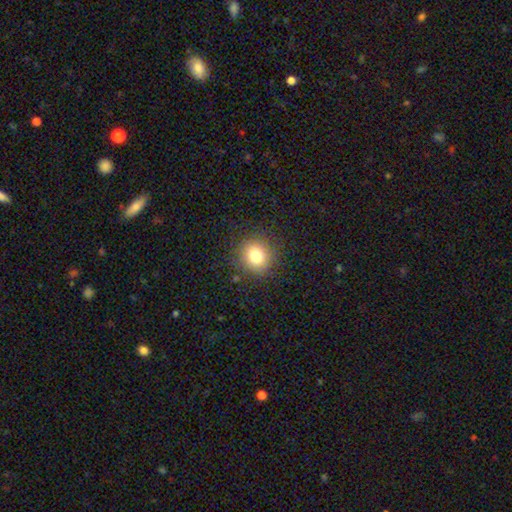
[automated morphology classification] Smooth or featured?
  - smooth: 79% *
  - star or artifact: 13%
  - featured or disk: 8%
How rounded?
  - round: 86% *
  - in between: 13%
  - cigar-shaped: 1%
Merging?
  - none: 87% *
  - minor disturbance: 8%
  - major disturbance: 3%
  - merger: 1%